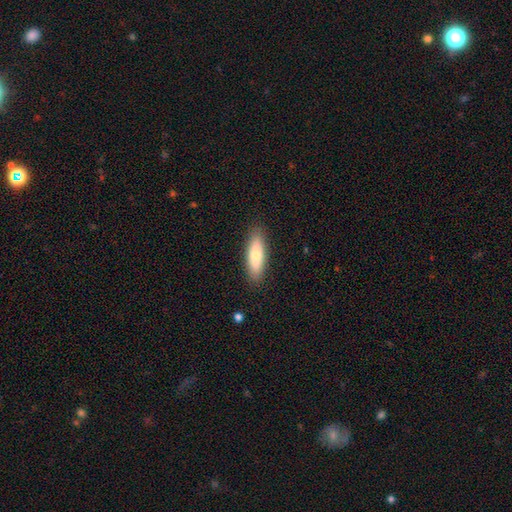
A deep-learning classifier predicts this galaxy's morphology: smooth-or-featured: smooth: 77% | featured or disk: 17% | star or artifact: 6%
  how-rounded: cigar-shaped: 50% | in between: 48% | round: 2%
  merging: none: 88% | minor disturbance: 9% | major disturbance: 2% | merger: 1%